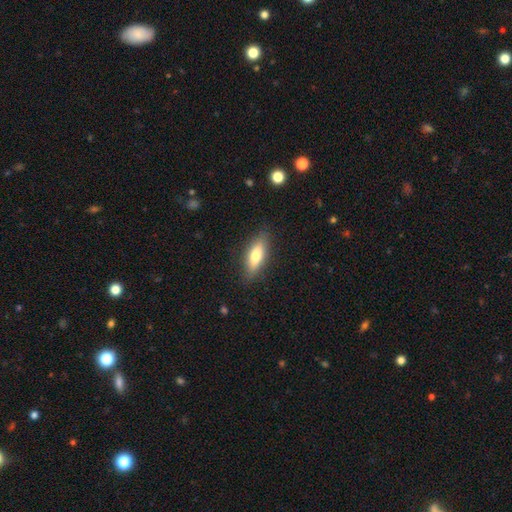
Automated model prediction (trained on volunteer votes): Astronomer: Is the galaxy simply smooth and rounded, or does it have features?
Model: smooth — 70%.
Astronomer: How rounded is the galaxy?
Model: in between — 61% (runner-up: cigar-shaped, 37%).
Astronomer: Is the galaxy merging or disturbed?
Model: none — 85%.